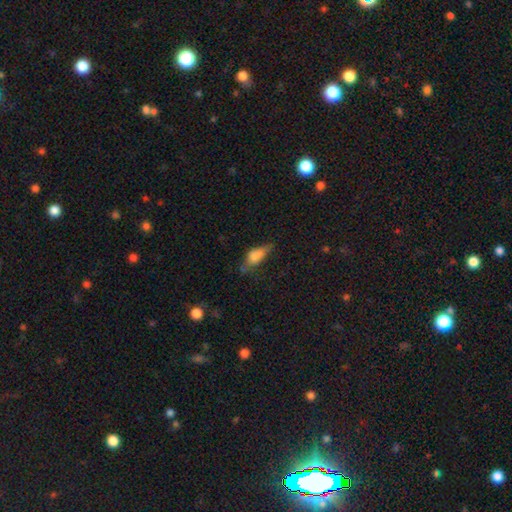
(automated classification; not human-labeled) Overall: smooth (69%). How rounded: in between (77%). Merging: minor disturbance (35%; none 32%).